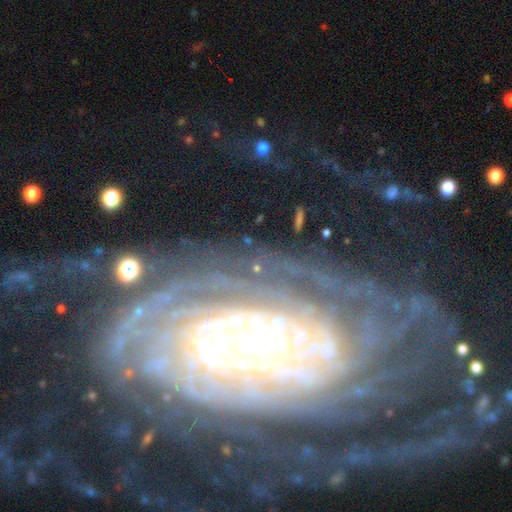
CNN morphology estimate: Smooth or featured?
  - featured or disk: 89% *
  - star or artifact: 6%
  - smooth: 5%
Edge-on disk?
  - no: 95% *
  - yes: 5%
Bar?
  - no: 63% *
  - weak: 22%
  - strong: 15%
Spiral arms?
  - yes: 96% *
  - no: 4%
Spiral winding?
  - tight: 75% *
  - medium: 18%
  - loose: 6%
Spiral arm count?
  - can't tell: 30% *
  - more than 4: 18%
  - 2: 15%
  - 4: 14%
  - 3: 13%
  - 1: 9%
Bulge size?
  - small: 47% *
  - moderate: 40%
  - large: 9%
  - none: 2%
  - dominant: 2%
Merging?
  - none: 62% *
  - major disturbance: 18%
  - minor disturbance: 17%
  - merger: 3%